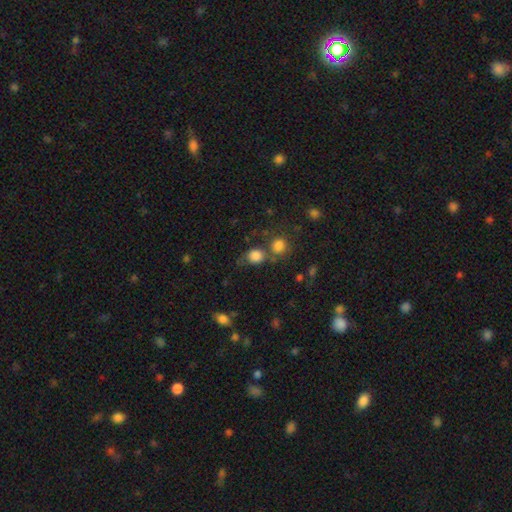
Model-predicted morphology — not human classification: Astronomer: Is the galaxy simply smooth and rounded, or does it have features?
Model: smooth — 82%.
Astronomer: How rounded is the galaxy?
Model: round — 74%.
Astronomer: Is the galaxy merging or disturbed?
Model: none — 54%.